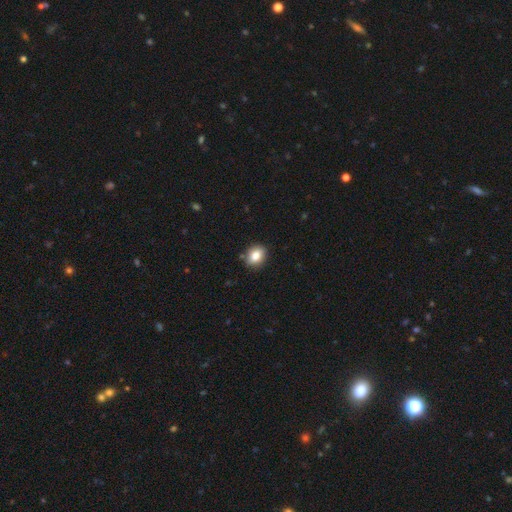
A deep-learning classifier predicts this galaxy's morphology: Smooth or featured: smooth — 83% (star or artifact — 9%)
How rounded: in between — 49% (tied with round — 49%)
Merging: none — 85% (minor disturbance — 10%)